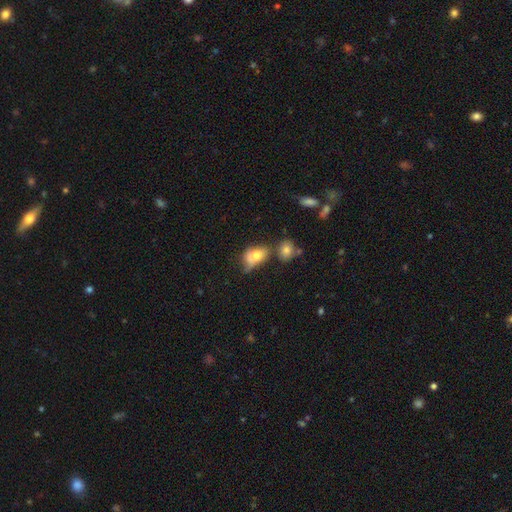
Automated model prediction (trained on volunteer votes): This appears to be a smooth galaxy with no disk features (70%) that is in between round and cigar-shaped (78%). Merging: minor disturbance (28%, tied with none).